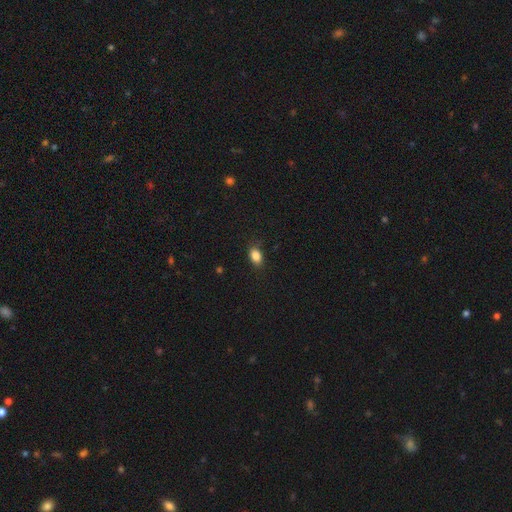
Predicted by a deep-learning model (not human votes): A smooth galaxy with no disk features (85%) that is in between round and cigar-shaped (82%).

Vote fractions:
- Smooth or featured? smooth: 85% / star or artifact: 9% / featured or disk: 5%
- How rounded? in between: 82% / round: 16% / cigar-shaped: 2%
- Merging? none: 80% / minor disturbance: 15% / major disturbance: 3% / merger: 1%